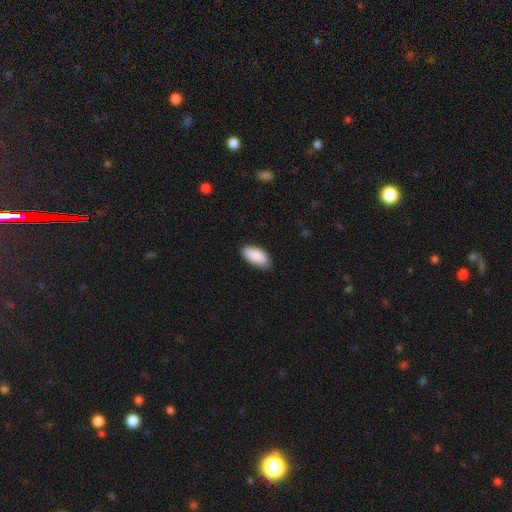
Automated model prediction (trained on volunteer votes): Smooth or featured: smooth — 90% (star or artifact — 6%)
How rounded: in between — 94% (cigar-shaped — 4%)
Merging: none — 82% (minor disturbance — 15%)